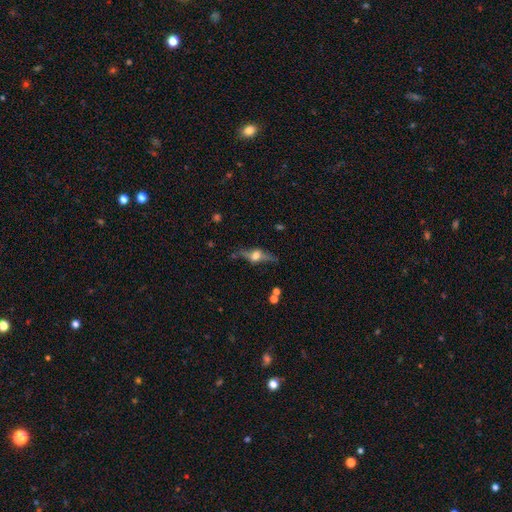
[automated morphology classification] Smooth or featured?
  - featured or disk: 69% *
  - smooth: 23%
  - star or artifact: 8%
Edge-on disk?
  - yes: 90% *
  - no: 10%
Edge-on bulge?
  - rounded: 93% *
  - boxy: 6%
  - none: 2%
Merging?
  - none: 75% *
  - minor disturbance: 16%
  - major disturbance: 6%
  - merger: 3%